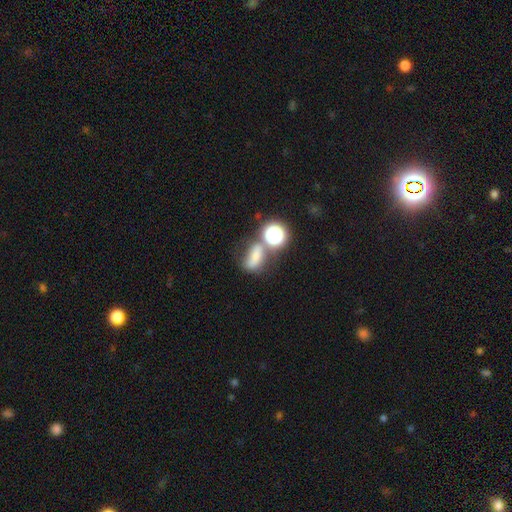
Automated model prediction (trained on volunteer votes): Smooth or featured: smooth — 58% (star or artifact — 22%)
How rounded: in between — 55% (round — 39%)
Merging: none — 44% (merger — 28%)